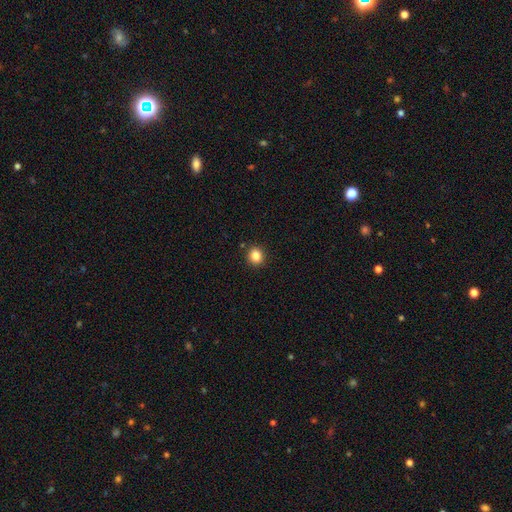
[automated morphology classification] Smooth or featured? smooth (84%)
How rounded? round (83%)
Merging? none (91%)